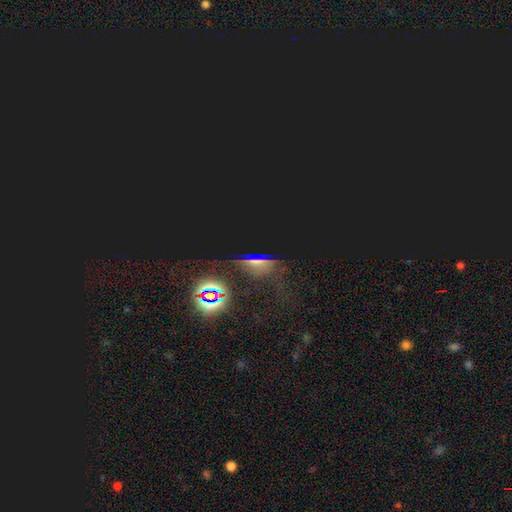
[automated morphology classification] Smooth or featured? Predicted: star or artifact (p=0.72).